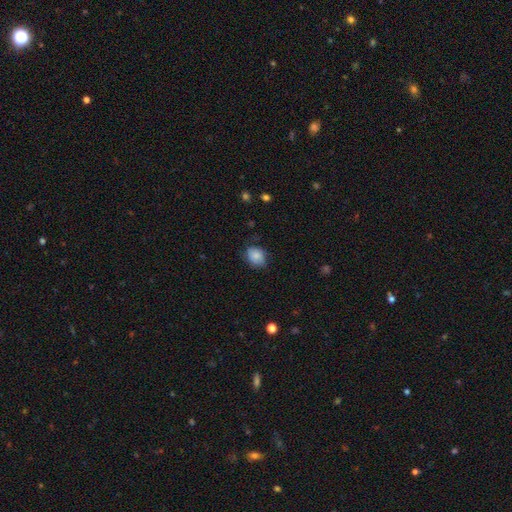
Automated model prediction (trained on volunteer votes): A smooth galaxy with no disk features (81%) that is in between round and cigar-shaped (50%).

Vote fractions:
- Smooth or featured? smooth: 81% / featured or disk: 11% / star or artifact: 8%
- How rounded? in between: 50% / round: 49% / cigar-shaped: 1%
- Merging? none: 68% / minor disturbance: 25% / major disturbance: 5% / merger: 1%